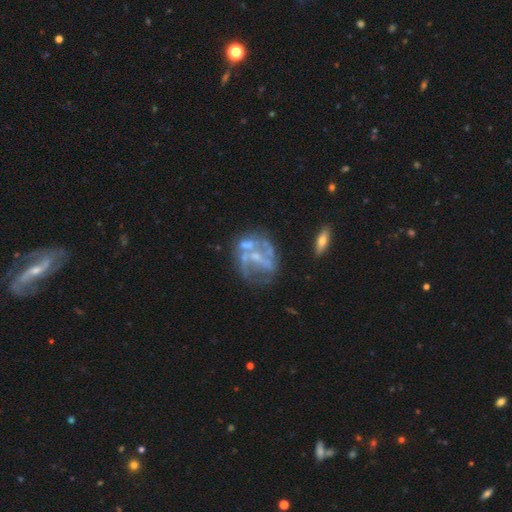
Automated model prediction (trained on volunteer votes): A featured or disk galaxy (76%) with no bar (48%), spiral arms (51%) and a small central bulge (46%).

Vote fractions:
- Smooth or featured? featured or disk: 76% / smooth: 14% / star or artifact: 10%
- Edge-on disk? no: 97% / yes: 3%
- Bar? no: 48% / weak: 33% / strong: 19%
- Spiral arms? yes: 51% / no: 49%
- Bulge size? small: 46% / none: 28% / moderate: 23% / large: 2% / dominant: 1%
- Merging? none: 44% / major disturbance: 22% / minor disturbance: 19% / merger: 15%